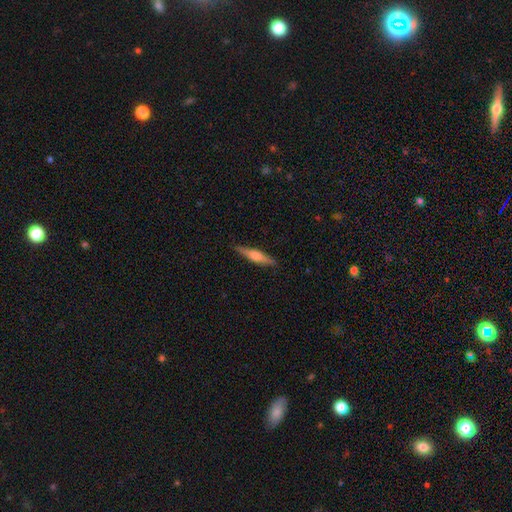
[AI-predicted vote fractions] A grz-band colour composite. It shows a featured or disk galaxy (58%) viewed edge-on (97%) with a rounded central bulge (72%). Merging: none (89%).